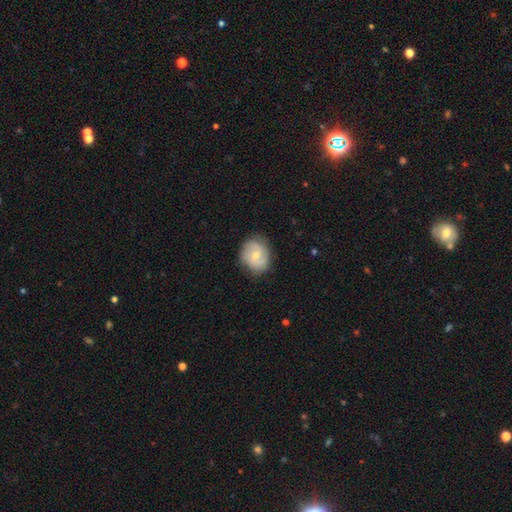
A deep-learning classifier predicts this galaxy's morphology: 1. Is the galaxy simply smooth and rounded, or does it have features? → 53% featured or disk, 41% smooth, 7% star or artifact.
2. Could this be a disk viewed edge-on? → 97% no, 3% yes.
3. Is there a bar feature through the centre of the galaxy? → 65% no, 30% weak, 5% strong.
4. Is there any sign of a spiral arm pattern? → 81% yes, 19% no.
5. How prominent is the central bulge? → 50% moderate, 47% small, 2% large, 1% none, 1% dominant.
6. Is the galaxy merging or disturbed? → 77% none, 17% minor disturbance, 5% major disturbance, 1% merger.